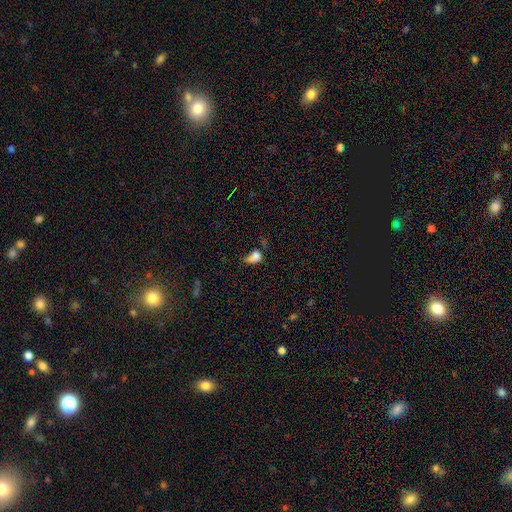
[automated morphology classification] Smooth or featured? Predicted: smooth (p=0.72). How rounded? Predicted: in between (p=0.70). Merging? Predicted: major disturbance (p=0.36).